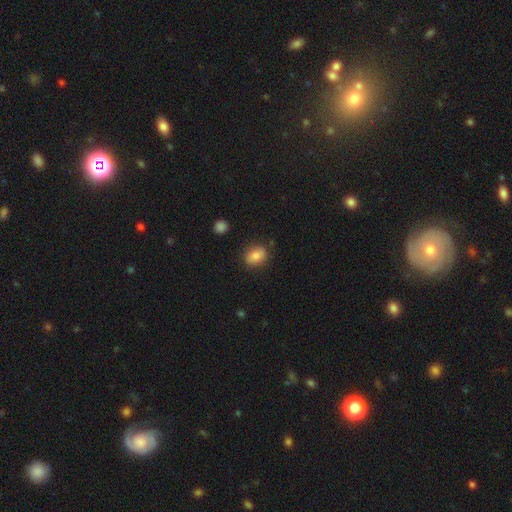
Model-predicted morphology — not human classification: This is clearly a smooth galaxy (82%). How rounded: possibly in between (57%). Merging: clearly none (84%).